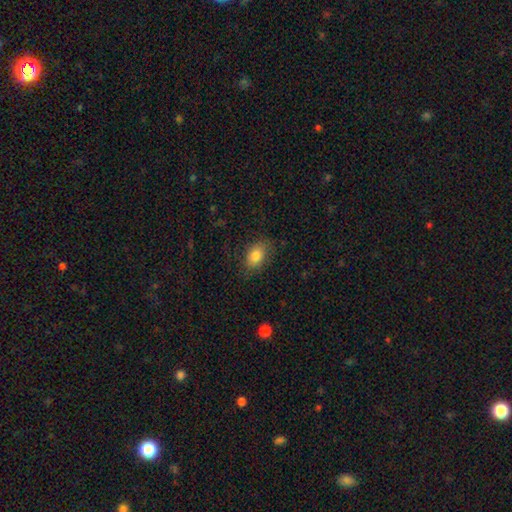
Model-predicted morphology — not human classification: Overall: smooth (83%). How rounded: in between (83%). Merging: none (78%).